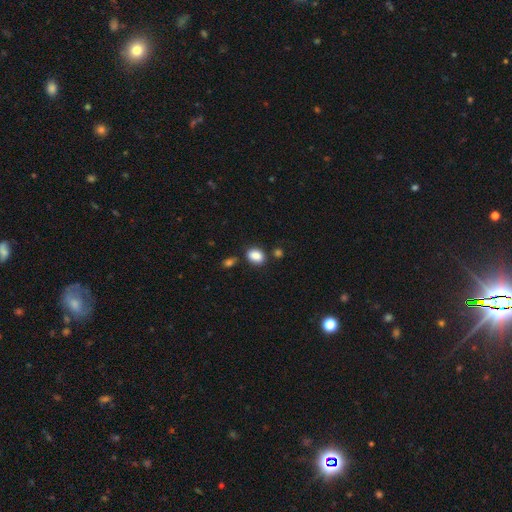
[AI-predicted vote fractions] This appears to be a smooth galaxy with no disk features (88%) that is in between round and cigar-shaped (73%). Merging: none (76%).